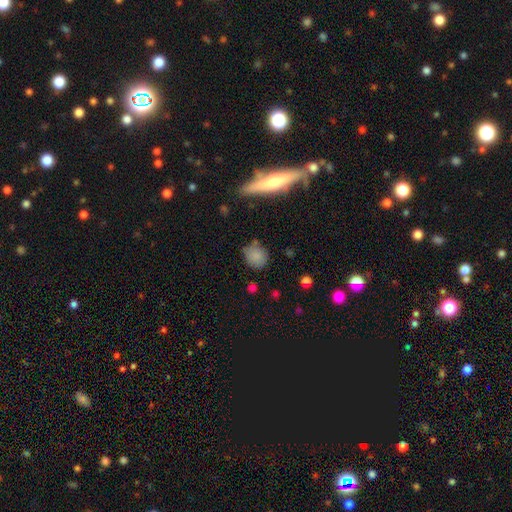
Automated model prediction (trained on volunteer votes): smooth-or-featured: smooth: 83% | star or artifact: 10% | featured or disk: 7%
  how-rounded: round: 73% | in between: 25% | cigar-shaped: 2%
  merging: none: 74% | minor disturbance: 17% | major disturbance: 5% | merger: 4%